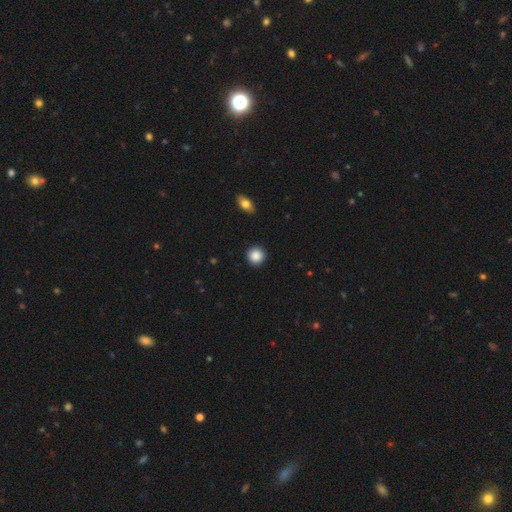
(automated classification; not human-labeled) smooth_or_featured: smooth (p=0.88) [alt: star or artifact p=0.09]
how_rounded: round (p=0.94) [alt: in between p=0.05]
merging: none (p=0.92) [alt: minor disturbance p=0.05]